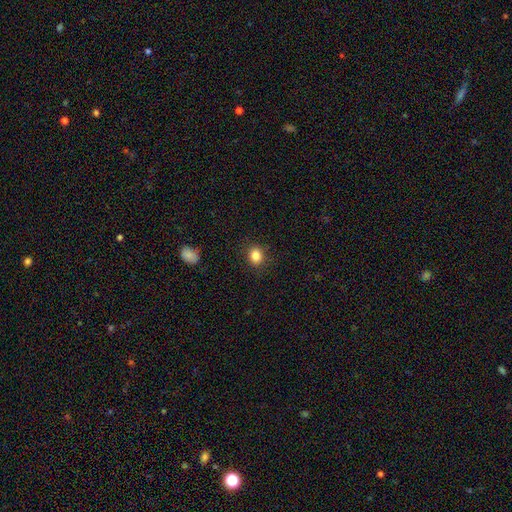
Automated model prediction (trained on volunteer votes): Smooth or featured? smooth (84%)
How rounded? round (66%)
Merging? none (88%)